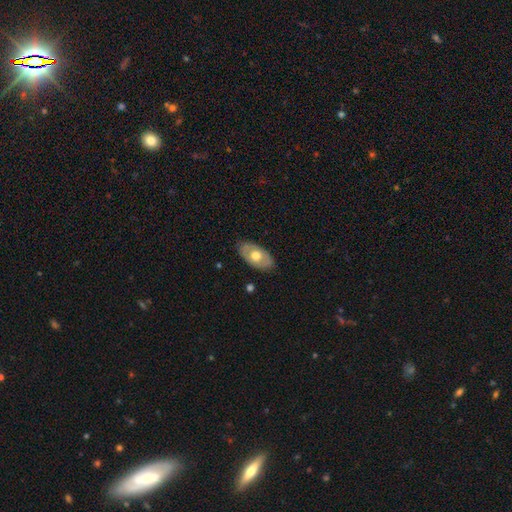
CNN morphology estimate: smooth-or-featured: smooth: 51% | featured or disk: 44% | star or artifact: 5%
  how-rounded: in between: 91% | round: 7% | cigar-shaped: 2%
  merging: none: 83% | minor disturbance: 14% | major disturbance: 3% | merger: 1%